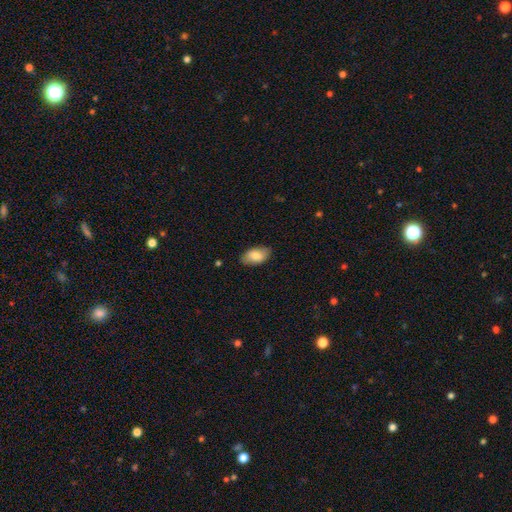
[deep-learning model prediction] Overall: smooth (82%). How rounded: in between (94%). Merging: none (84%).